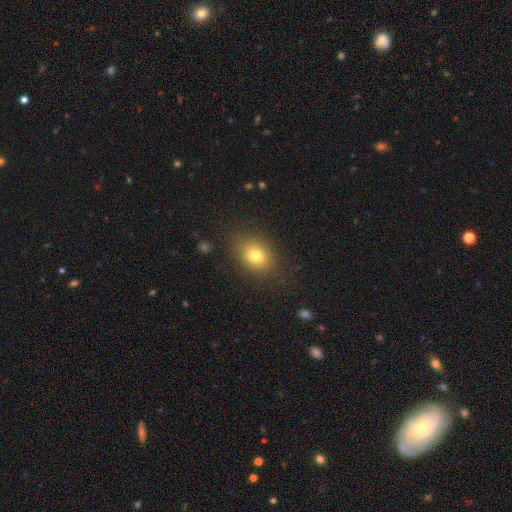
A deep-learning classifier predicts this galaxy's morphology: Smooth or featured? Predicted: smooth (p=0.75). How rounded? Predicted: in between (p=0.55). Merging? Predicted: none (p=0.77).